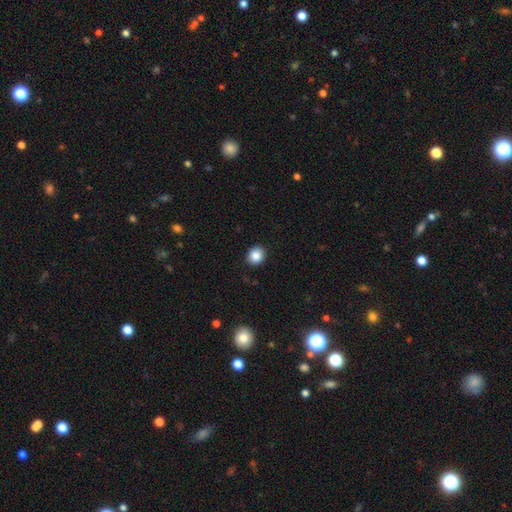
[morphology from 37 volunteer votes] This is clearly a smooth galaxy (95%). How rounded: likely round (63%). Merging: clearly none (86%).